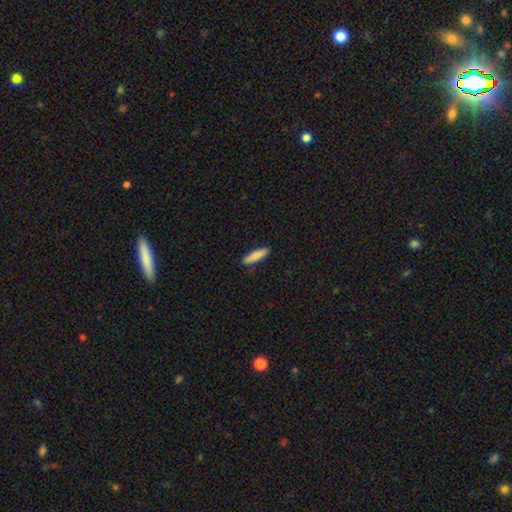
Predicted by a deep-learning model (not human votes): Smooth or featured? Predicted: smooth (p=0.84). How rounded? Predicted: cigar-shaped (p=0.73). Merging? Predicted: none (p=0.88).